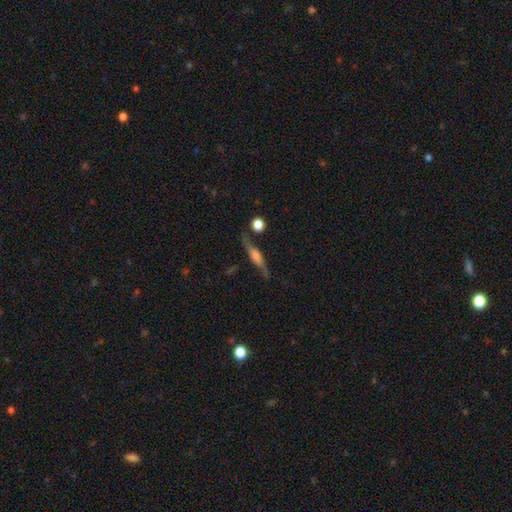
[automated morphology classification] This is likely a featured or disk galaxy (64%). It is clearly viewed edge-on (84%). Edge-on bulge: possibly rounded (58%). Merging: likely none (71%).